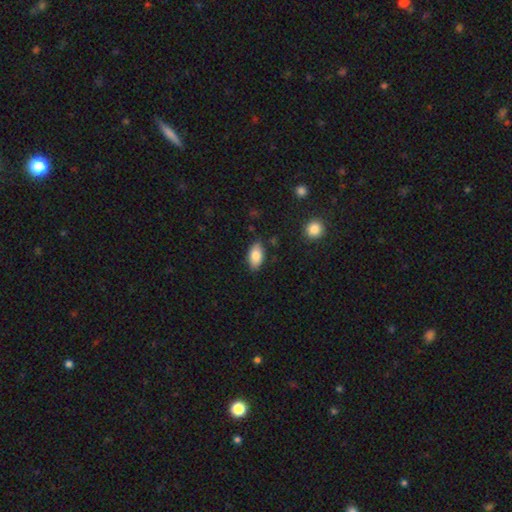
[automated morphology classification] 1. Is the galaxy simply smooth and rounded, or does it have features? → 83% smooth, 10% featured or disk, 7% star or artifact.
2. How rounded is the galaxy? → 92% in between, 4% cigar-shaped, 3% round.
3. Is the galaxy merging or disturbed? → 83% none, 12% minor disturbance, 2% major disturbance, 2% merger.